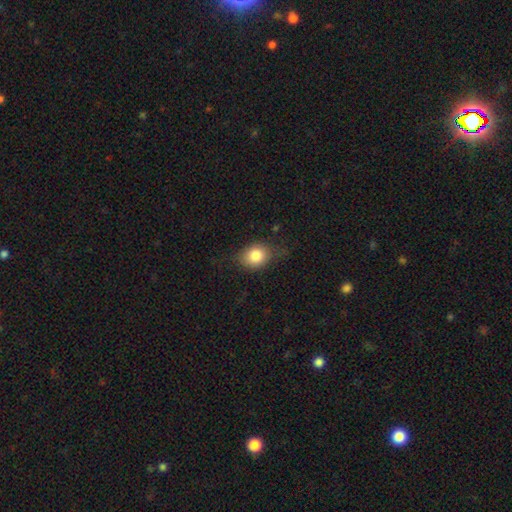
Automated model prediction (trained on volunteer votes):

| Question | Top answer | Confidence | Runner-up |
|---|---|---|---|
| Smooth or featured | smooth | 81% | featured or disk (10%) |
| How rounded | in between | 50% | round (49%) |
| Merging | none | 65% | minor disturbance (26%) |